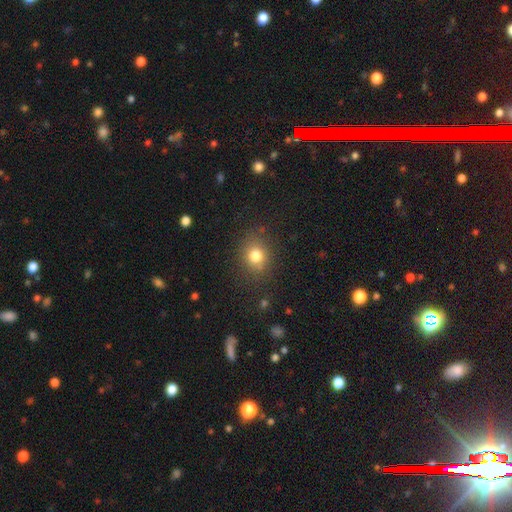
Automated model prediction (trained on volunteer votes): This is likely a smooth galaxy (78%). How rounded: likely round (72%). Merging: clearly none (83%).